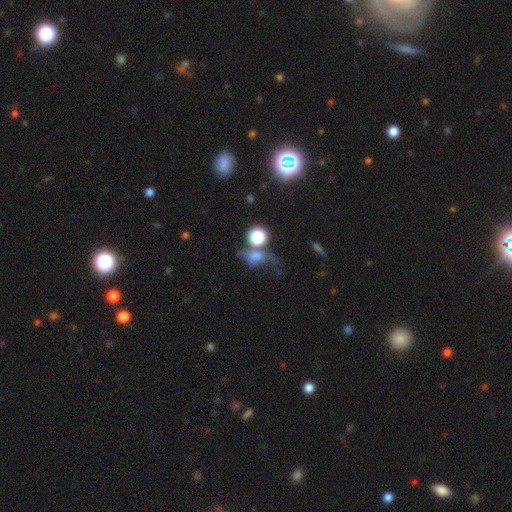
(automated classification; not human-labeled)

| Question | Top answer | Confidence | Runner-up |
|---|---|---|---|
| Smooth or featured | smooth | 50% | star or artifact (26%) |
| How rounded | in between | 48% | tied: round (48%) |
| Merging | major disturbance | 31% | none (30%) |